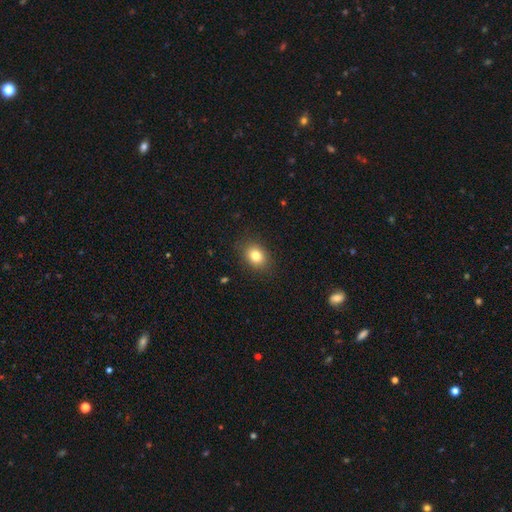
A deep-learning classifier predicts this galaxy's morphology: Q: Smooth or featured?
A: smooth (80%); runner-up: star or artifact (11%)
Q: How rounded?
A: in between (62%); runner-up: round (37%)
Q: Merging?
A: none (87%); runner-up: minor disturbance (10%)